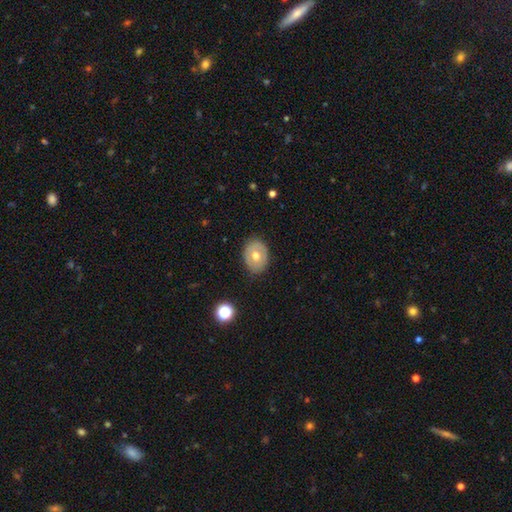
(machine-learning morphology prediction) smooth_or_featured: smooth (p=0.57) [alt: featured or disk p=0.35]
how_rounded: in between (p=0.59) [alt: round p=0.40]
merging: none (p=0.84) [alt: minor disturbance p=0.12]